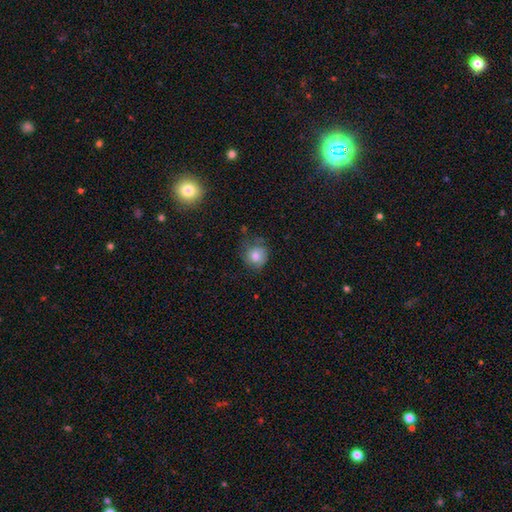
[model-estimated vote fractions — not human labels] Smooth or featured? Predicted: smooth (p=0.75). How rounded? Predicted: round (p=0.84). Merging? Predicted: none (p=0.60).